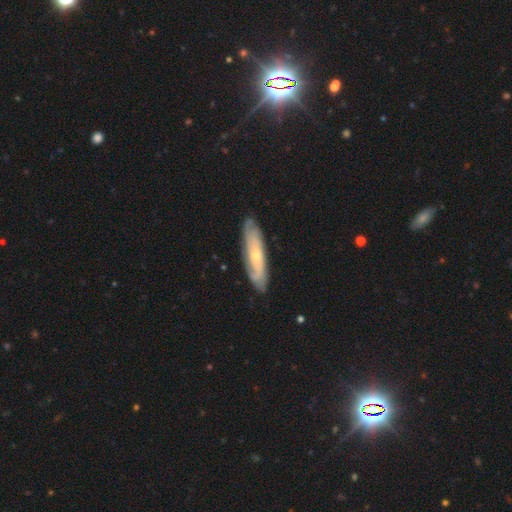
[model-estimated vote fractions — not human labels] Smooth or featured? Predicted: featured or disk (p=0.66). Edge-on disk? Predicted: no (p=0.65). Merging? Predicted: none (p=0.83).